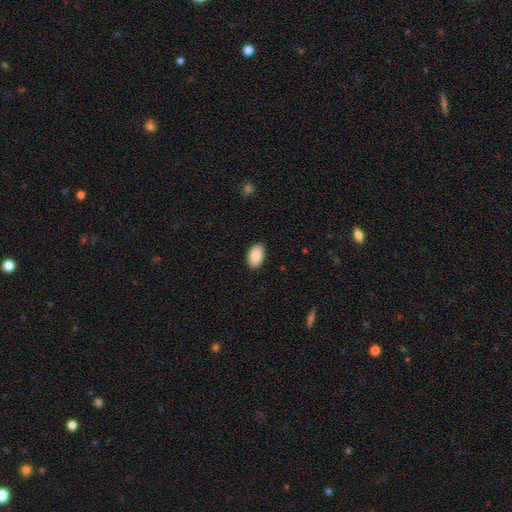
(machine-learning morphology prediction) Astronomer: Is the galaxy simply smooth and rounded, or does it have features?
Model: smooth — 88%.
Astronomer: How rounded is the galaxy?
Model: in between — 93%.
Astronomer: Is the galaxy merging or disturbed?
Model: none — 87%.